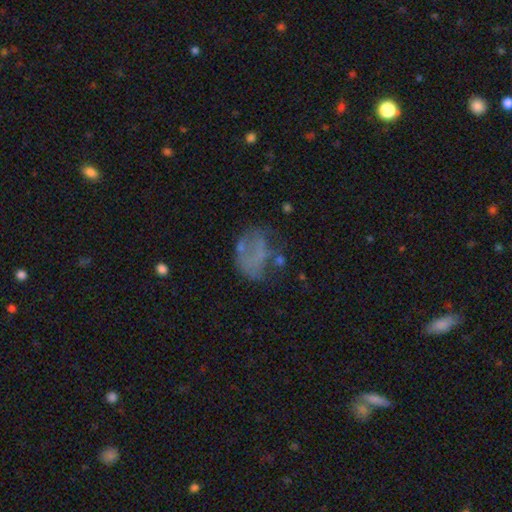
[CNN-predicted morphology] smooth-or-featured: smooth: 45% | featured or disk: 36% | star or artifact: 19%
  merging: none: 41% | major disturbance: 27% | minor disturbance: 24% | merger: 7%